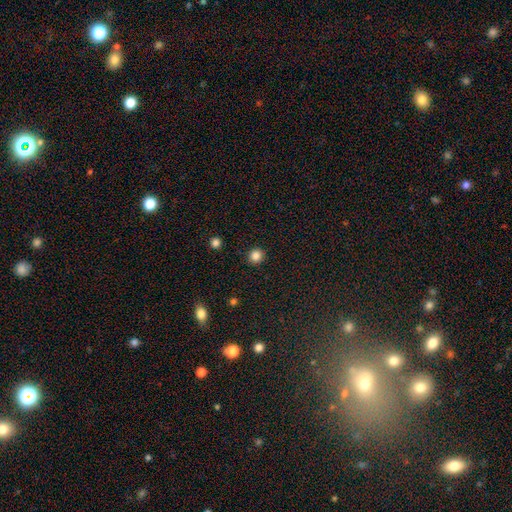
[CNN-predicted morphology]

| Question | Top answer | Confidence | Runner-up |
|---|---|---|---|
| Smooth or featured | smooth | 85% | star or artifact (11%) |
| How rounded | round | 92% | in between (7%) |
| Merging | none | 92% | minor disturbance (5%) |